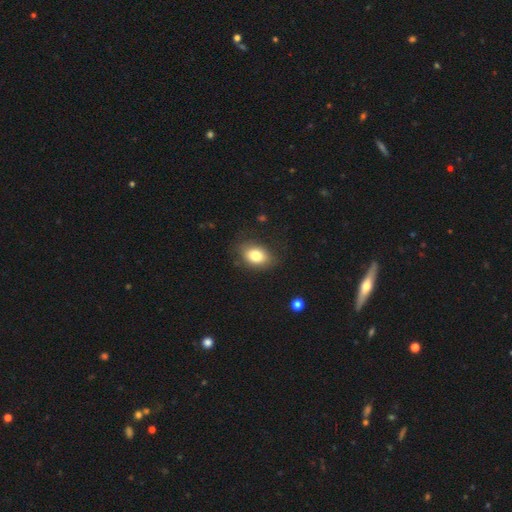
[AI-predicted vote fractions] Smooth or featured? Predicted: smooth (p=0.80). How rounded? Predicted: in between (p=0.78). Merging? Predicted: none (p=0.79).